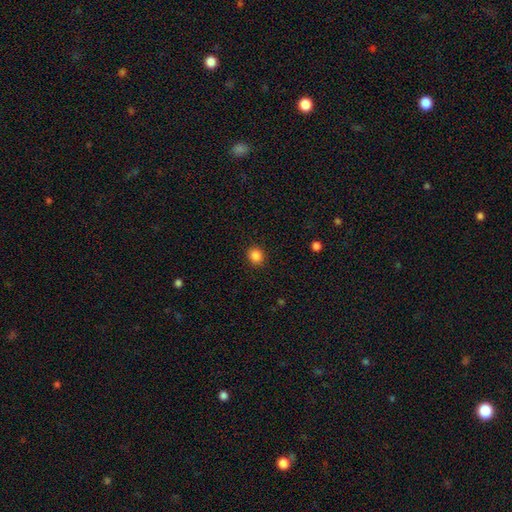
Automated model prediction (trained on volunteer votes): Smooth or featured?
  - smooth: 86% *
  - star or artifact: 11%
  - featured or disk: 3%
How rounded?
  - round: 81% *
  - in between: 19%
  - cigar-shaped: 1%
Merging?
  - none: 91% *
  - minor disturbance: 6%
  - major disturbance: 2%
  - merger: 1%